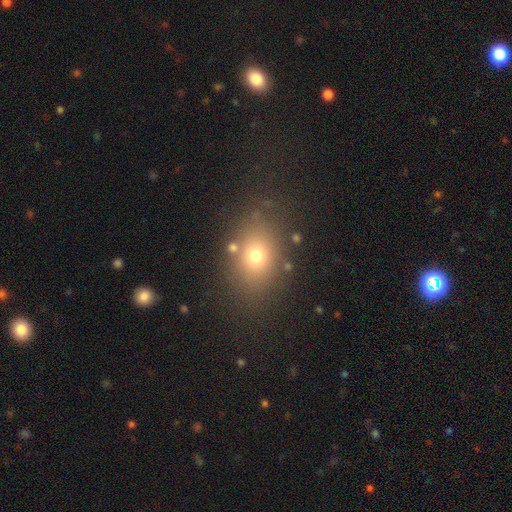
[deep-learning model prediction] Smooth or featured? smooth (69%)
How rounded? in between (59%)
Merging? none (79%)